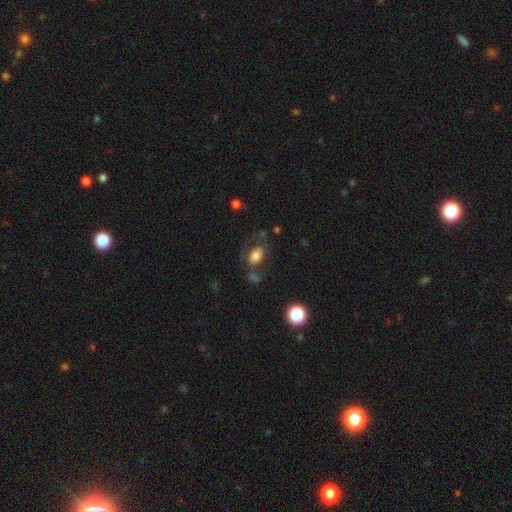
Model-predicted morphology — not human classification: Smooth or featured: smooth — 72% (featured or disk — 18%)
How rounded: in between — 86% (round — 12%)
Merging: none — 54% (minor disturbance — 18%)